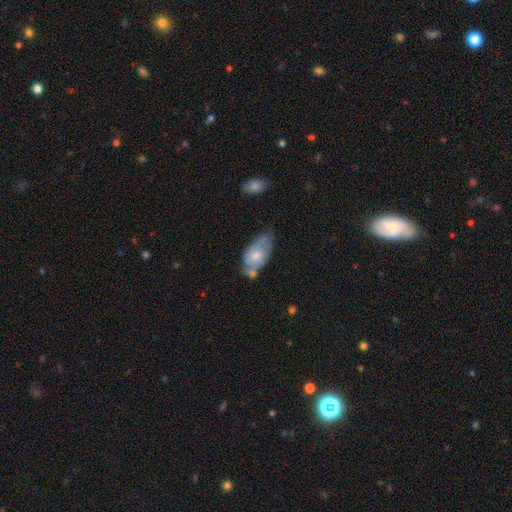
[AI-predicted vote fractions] Smooth or featured? smooth (53%)
How rounded? in between (91%)
Merging? none (38%)